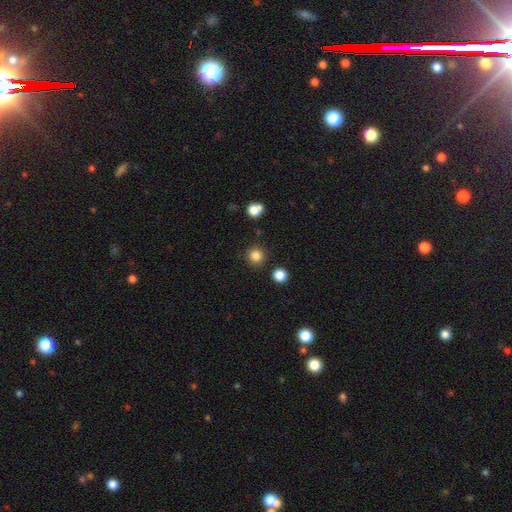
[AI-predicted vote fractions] This is clearly a smooth galaxy (83%). How rounded: clearly round (93%). Merging: clearly none (89%).